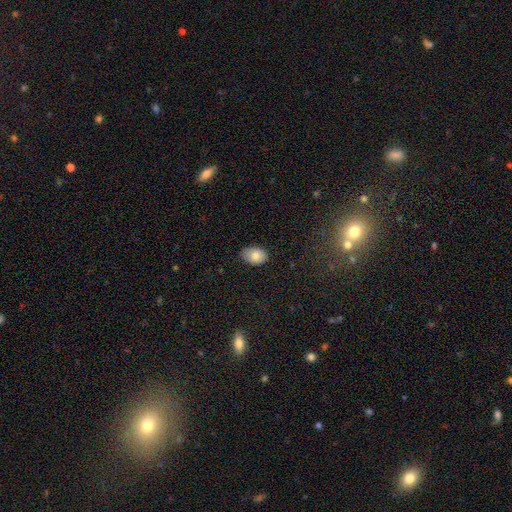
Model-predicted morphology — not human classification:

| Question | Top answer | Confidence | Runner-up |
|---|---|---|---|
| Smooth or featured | smooth | 82% | featured or disk (10%) |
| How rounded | in between | 84% | round (15%) |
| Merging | none | 78% | minor disturbance (19%) |